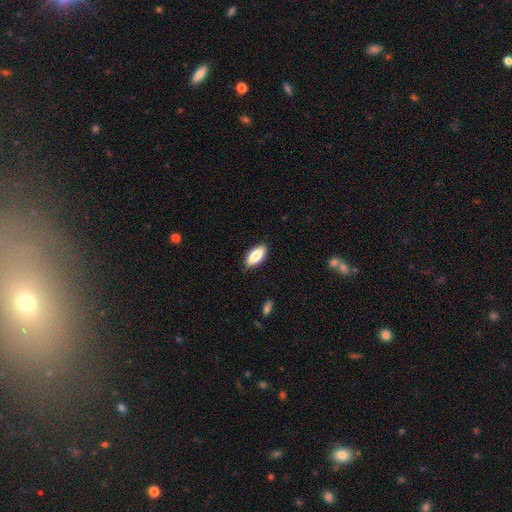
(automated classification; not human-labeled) A smooth galaxy with no disk features (82%) that is in between round and cigar-shaped (88%). Merging: none (86%).